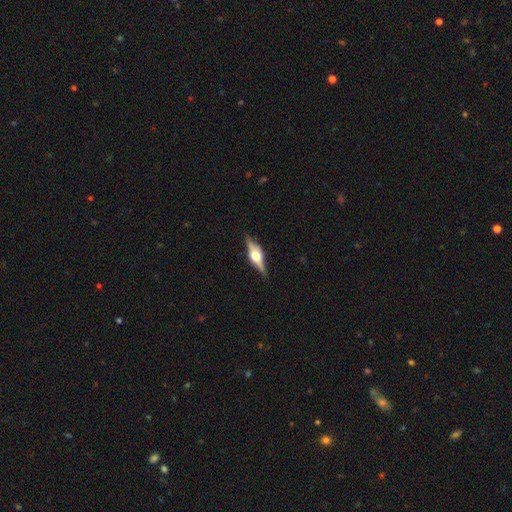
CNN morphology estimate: featured or disk 75%, smooth 19%, star or artifact 6%. Down the decision tree: edge-on disk — yes (97%); edge-on bulge — rounded (92%); merging — none (87%).